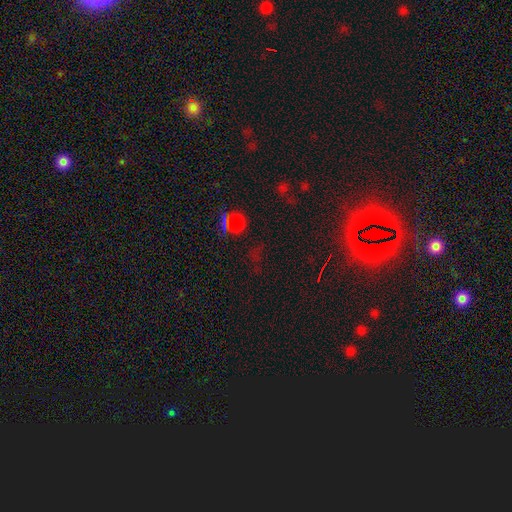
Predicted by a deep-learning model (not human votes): Q: Smooth or featured?
A: star or artifact (57%); runner-up: smooth (33%)